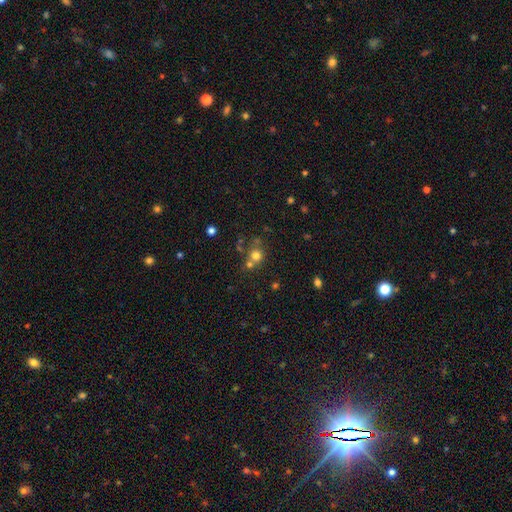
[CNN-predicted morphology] A smooth galaxy with no disk features (71%) that is round (87%).

Vote fractions:
- Smooth or featured? smooth: 71% / star or artifact: 18% / featured or disk: 11%
- How rounded? round: 87% / in between: 12% / cigar-shaped: 1%
- Merging? none: 55% / merger: 33% / minor disturbance: 8% / major disturbance: 4%